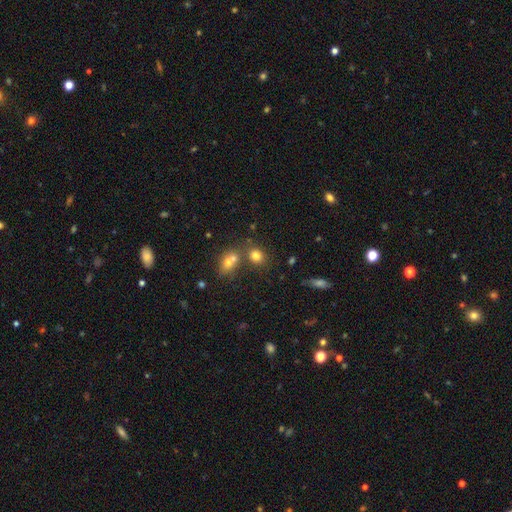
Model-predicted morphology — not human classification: This is likely a smooth galaxy (77%). How rounded: likely round (62%). Merging: possibly none (59%).